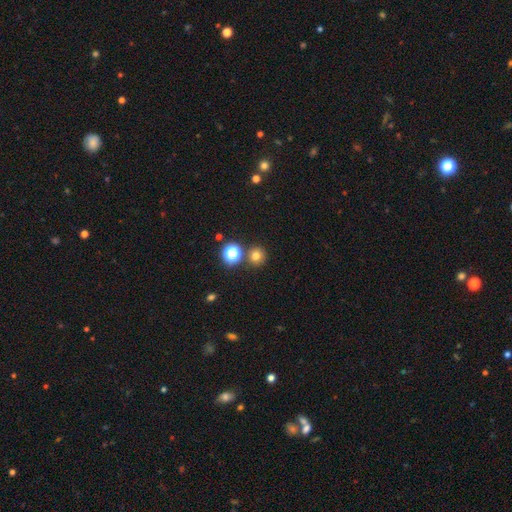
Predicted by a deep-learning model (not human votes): Morphology: type=smooth (73%); roundness=round (92%); merging=none (82%).